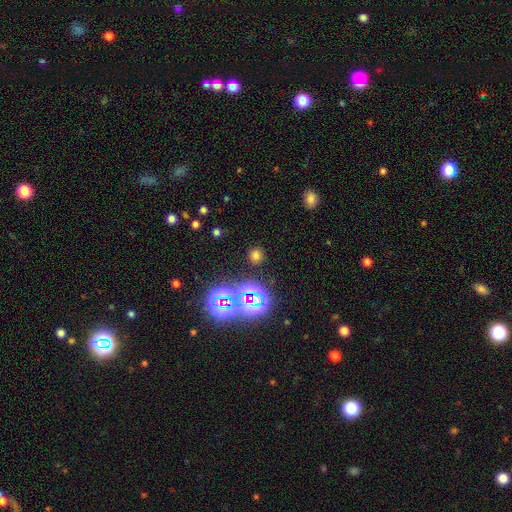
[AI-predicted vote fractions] smooth-or-featured: smooth: 61% | star or artifact: 32% | featured or disk: 7%
  how-rounded: round: 90% | in between: 9% | cigar-shaped: 1%
  merging: none: 87% | minor disturbance: 7% | merger: 3% | major disturbance: 3%